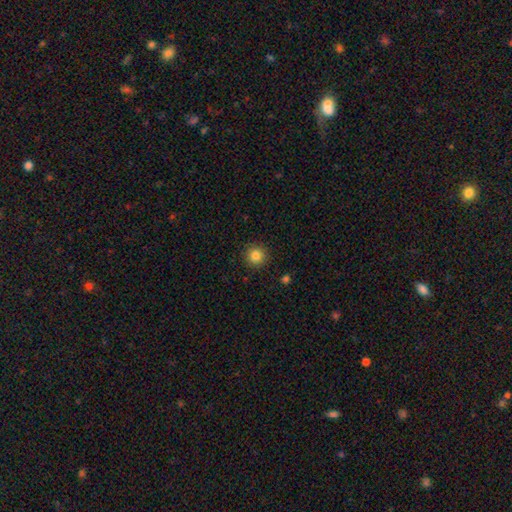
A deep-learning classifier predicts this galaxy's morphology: This appears to be a smooth galaxy with no disk features (84%) that is round (95%). Merging: none (91%).